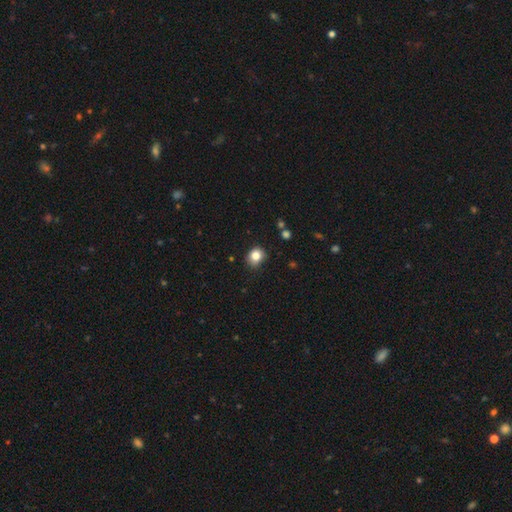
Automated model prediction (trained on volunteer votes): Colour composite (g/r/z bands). It shows a smooth galaxy with no disk features (82%) that is round (72%). Merging: none (78%).